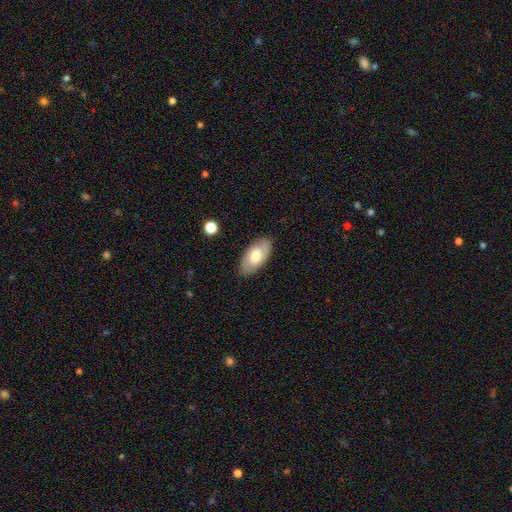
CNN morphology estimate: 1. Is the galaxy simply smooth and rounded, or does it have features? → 64% smooth, 30% featured or disk, 6% star or artifact.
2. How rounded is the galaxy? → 94% in between, 3% cigar-shaped, 3% round.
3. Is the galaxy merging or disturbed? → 85% none, 11% minor disturbance, 3% major disturbance, 1% merger.